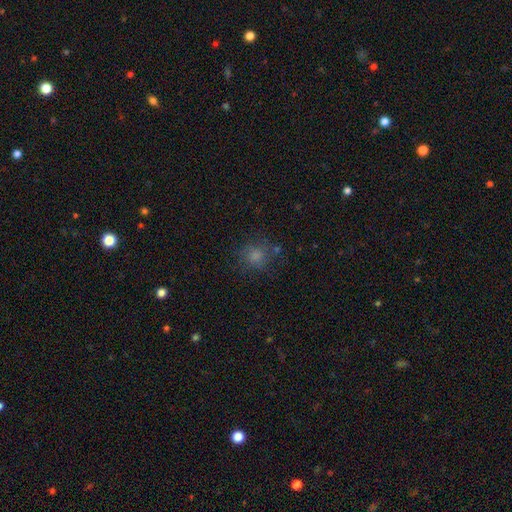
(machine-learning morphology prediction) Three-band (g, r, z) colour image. It shows a smooth galaxy with no disk features (77%) that is round (86%). Merging: none (73%).